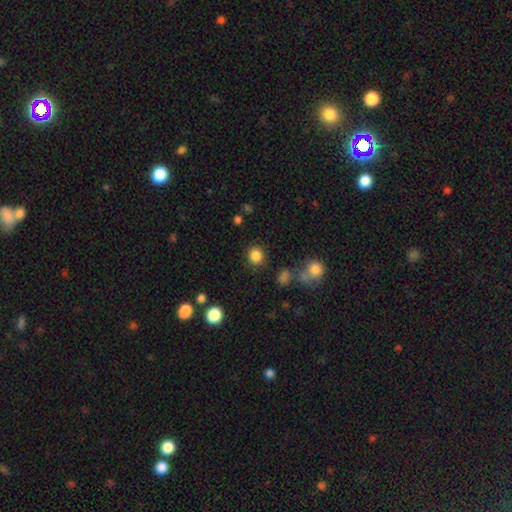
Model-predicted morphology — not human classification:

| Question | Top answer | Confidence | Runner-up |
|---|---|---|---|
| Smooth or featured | smooth | 84% | star or artifact (12%) |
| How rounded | round | 87% | in between (12%) |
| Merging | none | 87% | minor disturbance (7%) |